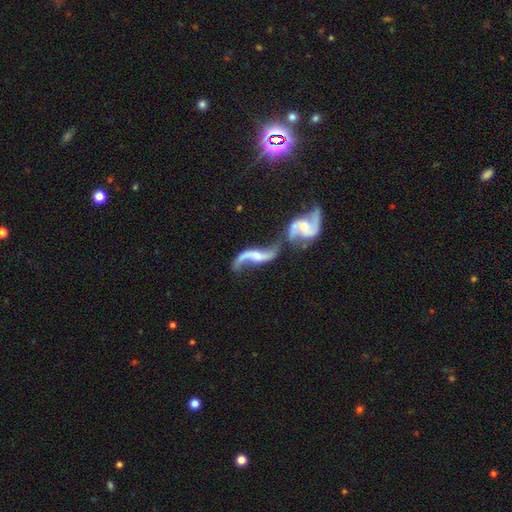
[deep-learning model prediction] Q: Smooth or featured?
A: featured or disk (86%); runner-up: smooth (9%)
Q: Edge-on disk?
A: no (93%); runner-up: yes (7%)
Q: Bar?
A: weak (42%); runner-up: no (40%)
Q: Spiral arms?
A: yes (92%); runner-up: no (8%)
Q: Spiral winding?
A: loose (91%); runner-up: medium (6%)
Q: Spiral arm count?
A: 2 (89%); runner-up: 1 (5%)
Q: Bulge size?
A: small (42%); runner-up: moderate (36%)
Q: Merging?
A: merger (60%); runner-up: none (22%)